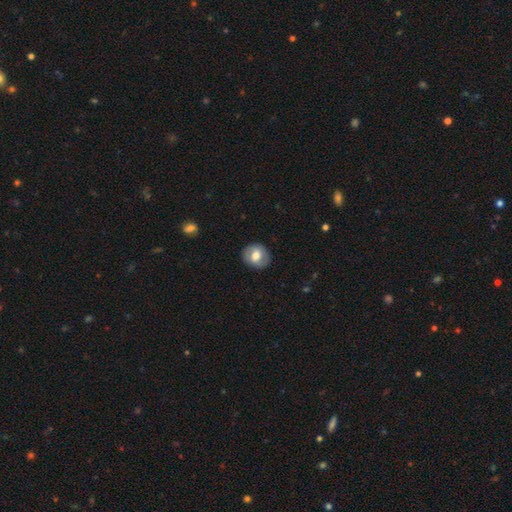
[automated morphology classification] Overall: smooth (60%; featured or disk 33%). How rounded: round (72%). Merging: none (86%).